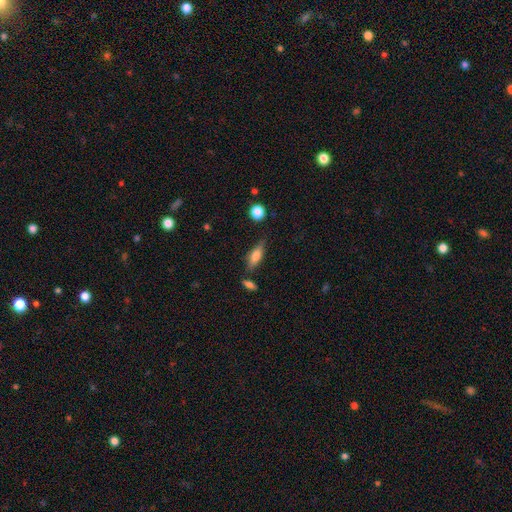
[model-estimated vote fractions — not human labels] Q: Smooth or featured?
A: smooth (62%); runner-up: featured or disk (30%)
Q: How rounded?
A: in between (56%); runner-up: cigar-shaped (41%)
Q: Merging?
A: none (73%); runner-up: minor disturbance (16%)